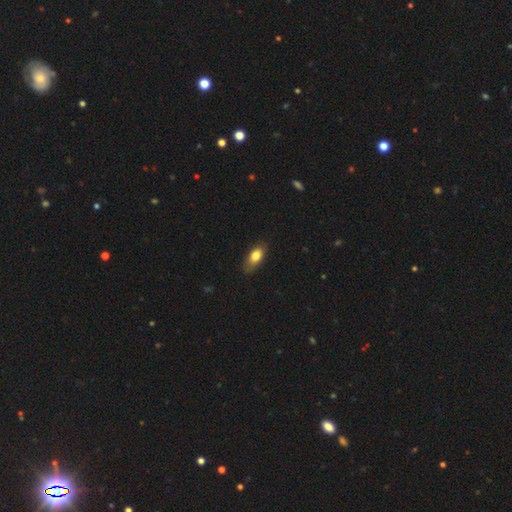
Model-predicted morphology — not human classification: A smooth galaxy with no disk features (78%) that is in between round and cigar-shaped (84%).

Vote fractions:
- Smooth or featured? smooth: 78% / featured or disk: 15% / star or artifact: 7%
- How rounded? in between: 84% / cigar-shaped: 10% / round: 6%
- Merging? none: 72% / minor disturbance: 22% / major disturbance: 4% / merger: 1%